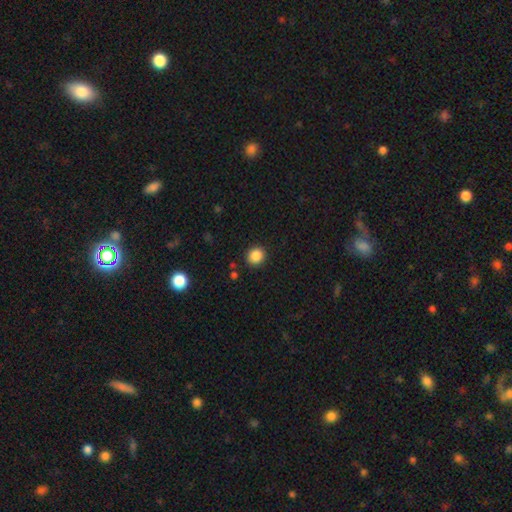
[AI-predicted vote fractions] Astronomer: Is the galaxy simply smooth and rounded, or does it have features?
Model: smooth — 86%.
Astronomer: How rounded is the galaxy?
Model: round — 86%.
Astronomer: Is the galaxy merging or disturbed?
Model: none — 89%.